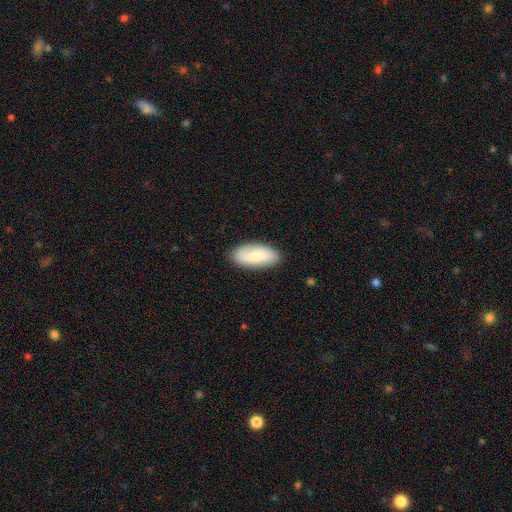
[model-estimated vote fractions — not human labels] Overall: smooth (72%). How rounded: in between (87%). Merging: none (86%).